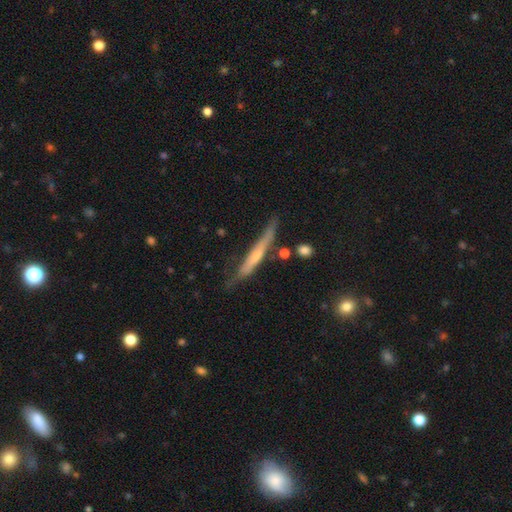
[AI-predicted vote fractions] Q: Smooth or featured?
A: featured or disk (57%); runner-up: smooth (37%)
Q: Edge-on disk?
A: yes (91%); runner-up: no (9%)
Q: Edge-on bulge?
A: rounded (51%); runner-up: none (43%)
Q: Merging?
A: none (65%); runner-up: minor disturbance (25%)